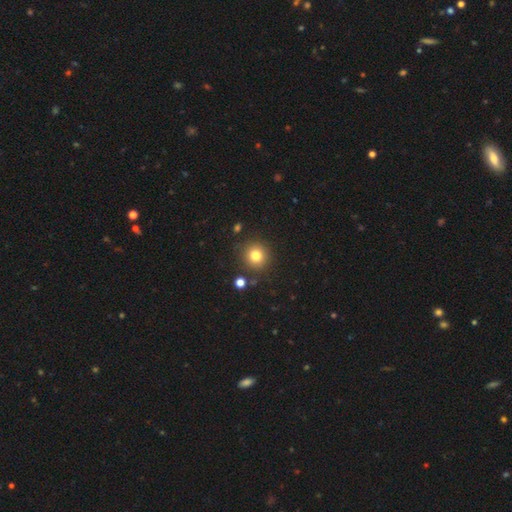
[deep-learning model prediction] This appears to be a smooth galaxy with no disk features (80%) that is round (93%). Merging: none (86%).